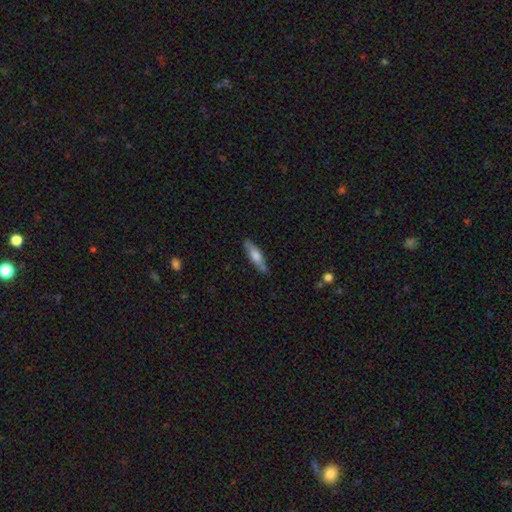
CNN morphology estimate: type=smooth (59%); roundness=cigar-shaped (73%); merging=none (84%).